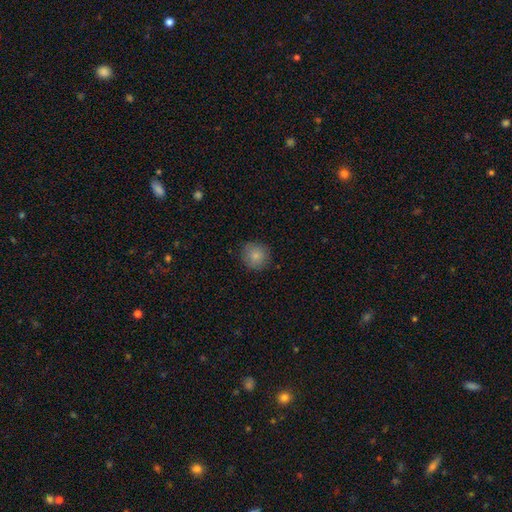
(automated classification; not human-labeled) smooth_or_featured: smooth (p=0.83) [alt: star or artifact p=0.09]
how_rounded: round (p=0.92) [alt: in between p=0.07]
merging: none (p=0.88) [alt: minor disturbance p=0.09]